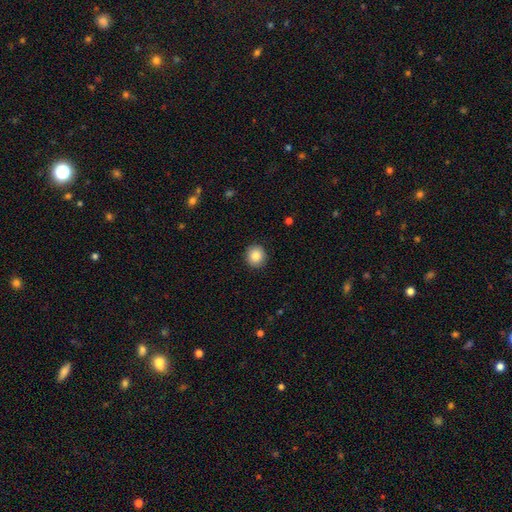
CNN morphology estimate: The model was most divided on "smooth or featured": smooth: 87%, star or artifact: 8%, featured or disk: 5%. More confident: how rounded — round (91%); merging — none (91%).